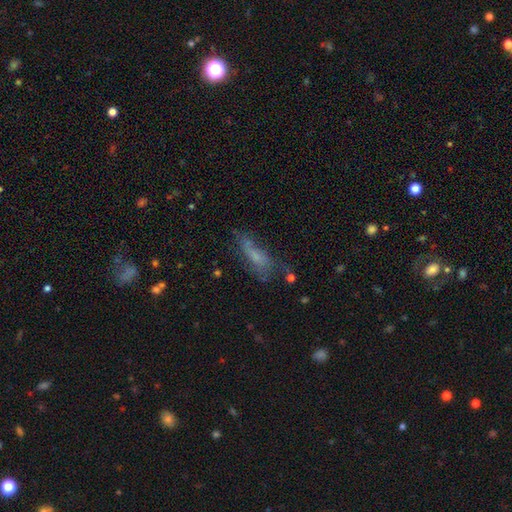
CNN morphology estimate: The model was most divided on "how rounded": cigar-shaped: 49%, in between: 47%, round: 3%. Remaining: smooth or featured — smooth (50%); merging — none (49%).